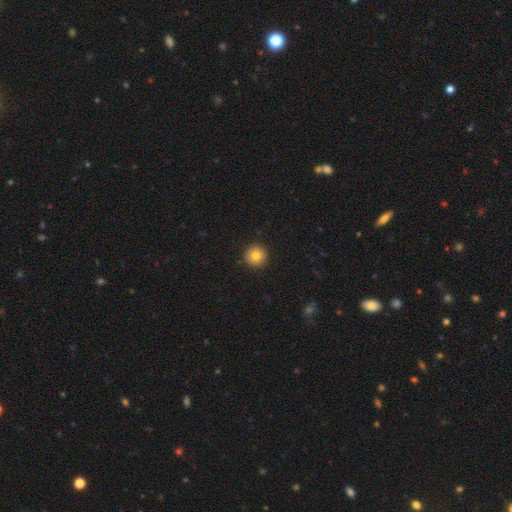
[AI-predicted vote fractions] A smooth galaxy with no disk features (81%) that is round (96%). Merging: none (93%).